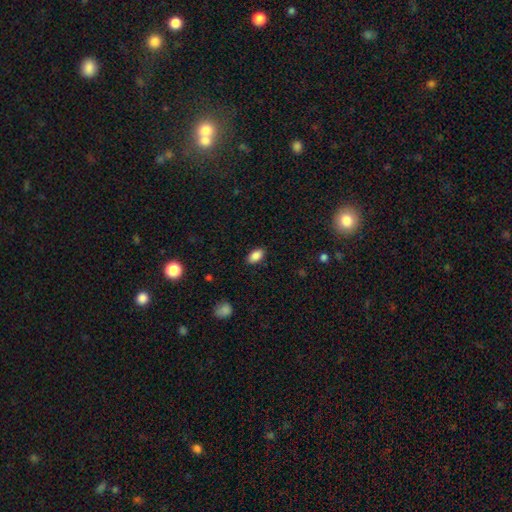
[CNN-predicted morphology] This appears to be a smooth galaxy with no disk features (87%) that is in between round and cigar-shaped (91%). Merging: none (86%).